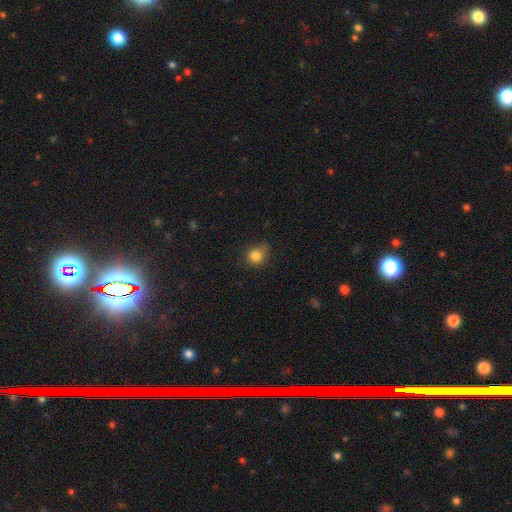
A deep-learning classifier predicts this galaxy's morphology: Smooth or featured? smooth (83%)
How rounded? round (87%)
Merging? none (67%)